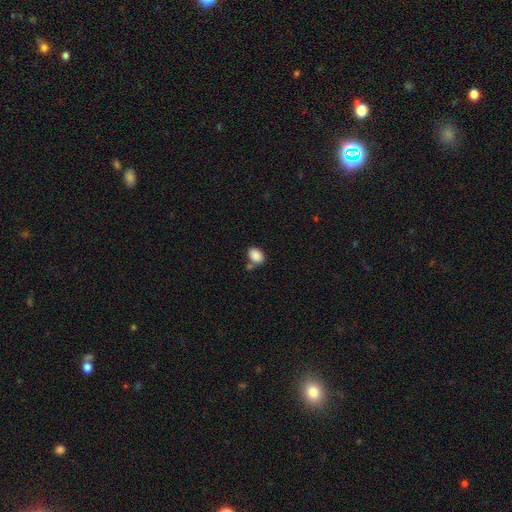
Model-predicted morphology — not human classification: Smooth or featured?
  - smooth: 88% *
  - star or artifact: 8%
  - featured or disk: 4%
How rounded?
  - in between: 80% *
  - round: 19%
  - cigar-shaped: 1%
Merging?
  - none: 62% *
  - merger: 18%
  - minor disturbance: 15%
  - major disturbance: 4%